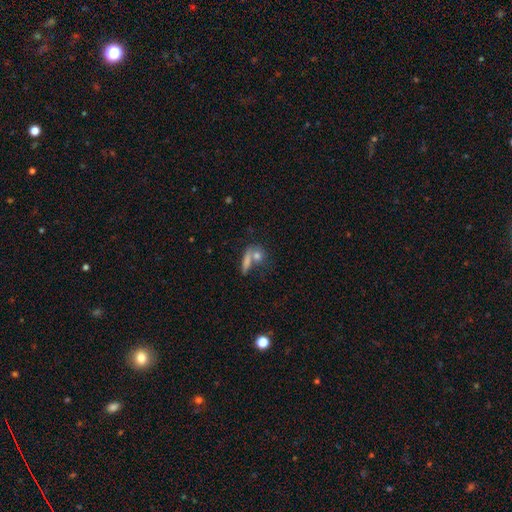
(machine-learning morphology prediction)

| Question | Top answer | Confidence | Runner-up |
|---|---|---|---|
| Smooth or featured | smooth | 55% | featured or disk (27%) |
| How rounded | round | 41% | in between (40%) |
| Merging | none | 41% | merger (39%) |